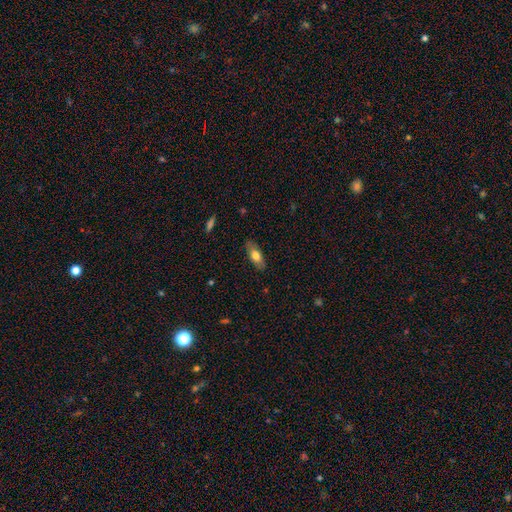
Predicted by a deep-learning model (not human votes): Overall: smooth (71%). How rounded: in between (74%). Merging: none (85%).